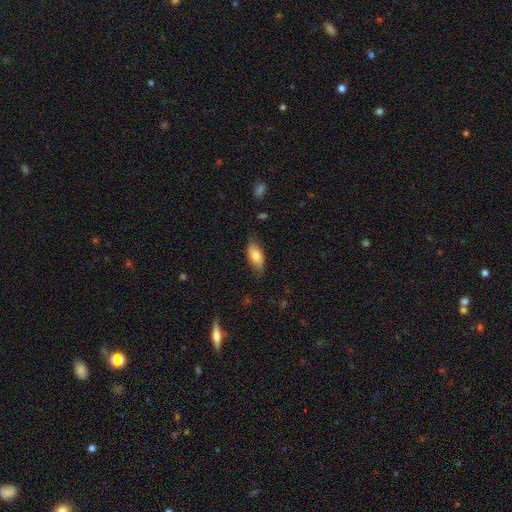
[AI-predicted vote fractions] Overall: smooth (76%). How rounded: in between (87%). Merging: none (71%).